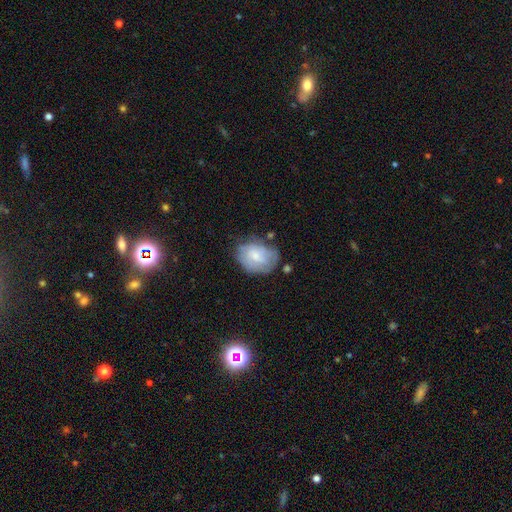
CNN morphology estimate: This is possibly a smooth galaxy (56%). How rounded: likely in between (63%). Merging: possibly none (54%).